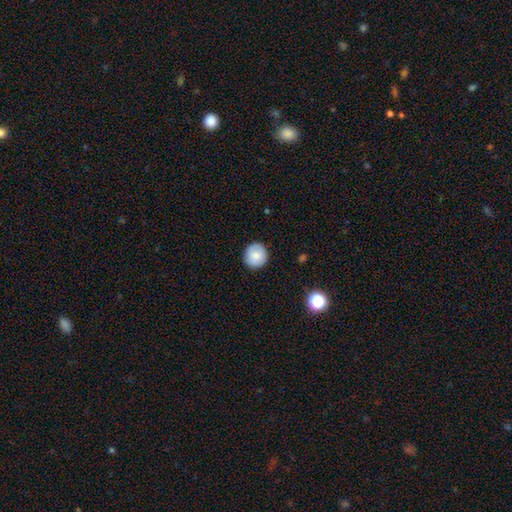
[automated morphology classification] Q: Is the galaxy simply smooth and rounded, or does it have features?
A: smooth — 81%.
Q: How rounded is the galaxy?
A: round — 93%.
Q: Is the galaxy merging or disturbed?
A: none — 88%.